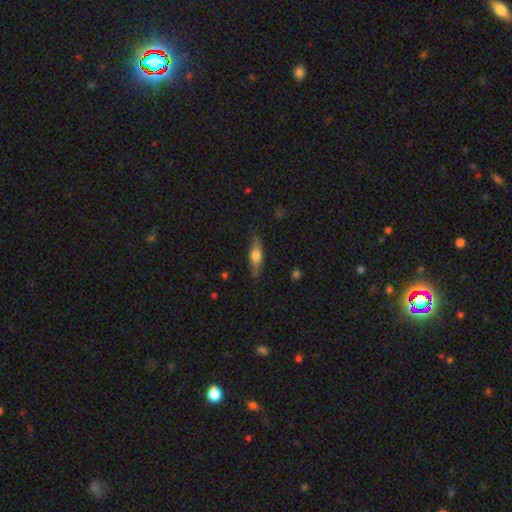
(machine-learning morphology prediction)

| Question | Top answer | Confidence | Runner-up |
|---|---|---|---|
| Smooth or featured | smooth | 53% | featured or disk (41%) |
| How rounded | cigar-shaped | 55% | in between (42%) |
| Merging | none | 82% | minor disturbance (14%) |